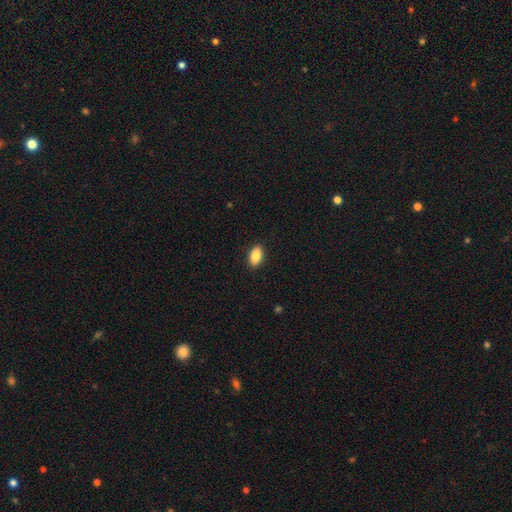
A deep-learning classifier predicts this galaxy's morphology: smooth-or-featured: smooth: 87% | star or artifact: 7% | featured or disk: 6%
  how-rounded: in between: 90% | cigar-shaped: 6% | round: 4%
  merging: none: 90% | minor disturbance: 8% | major disturbance: 2% | merger: 1%